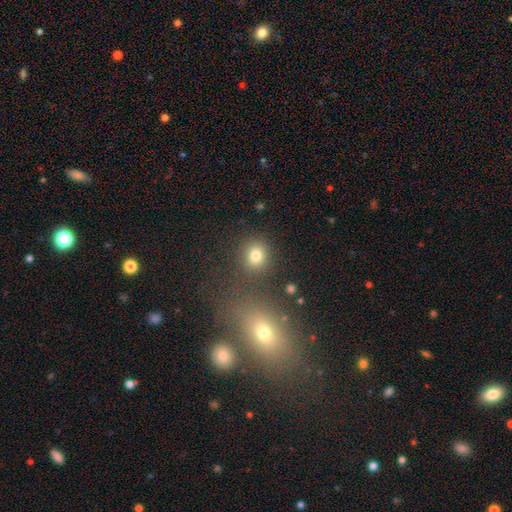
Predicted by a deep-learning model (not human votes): Smooth or featured? Predicted: smooth (p=0.78). How rounded? Predicted: round (p=0.80). Merging? Predicted: none (p=0.80).